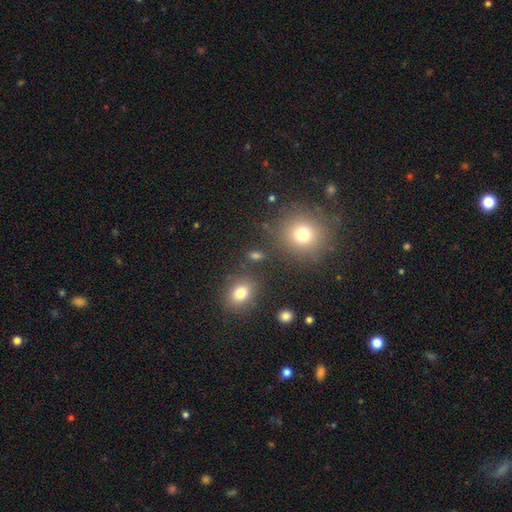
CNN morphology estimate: Smooth or featured?
  - smooth: 67% *
  - star or artifact: 24%
  - featured or disk: 9%
How rounded?
  - round: 57% *
  - in between: 40%
  - cigar-shaped: 2%
Merging?
  - none: 79% *
  - minor disturbance: 10%
  - merger: 6%
  - major disturbance: 4%